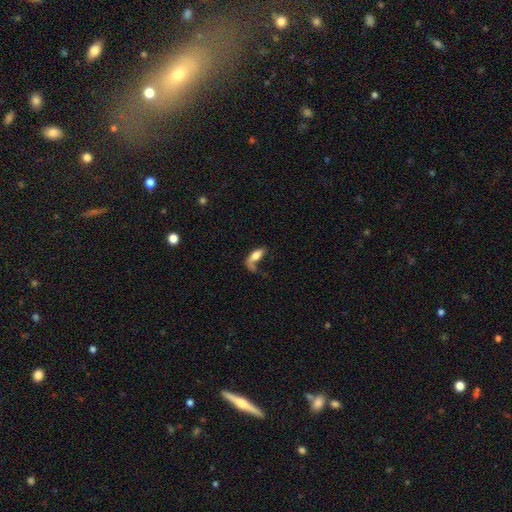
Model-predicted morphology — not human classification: Smooth or featured?
  - smooth: 63% *
  - featured or disk: 29%
  - star or artifact: 8%
How rounded?
  - in between: 72% *
  - cigar-shaped: 23%
  - round: 5%
Merging?
  - major disturbance: 39% *
  - none: 29%
  - minor disturbance: 18%
  - merger: 13%